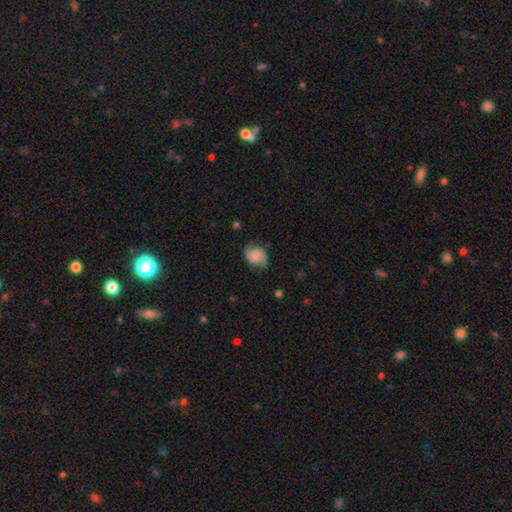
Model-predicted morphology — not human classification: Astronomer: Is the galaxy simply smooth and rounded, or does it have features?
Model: smooth — 56% (runner-up: featured or disk, 36%).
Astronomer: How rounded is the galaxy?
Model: in between — 66%.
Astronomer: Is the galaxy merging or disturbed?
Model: none — 70%.